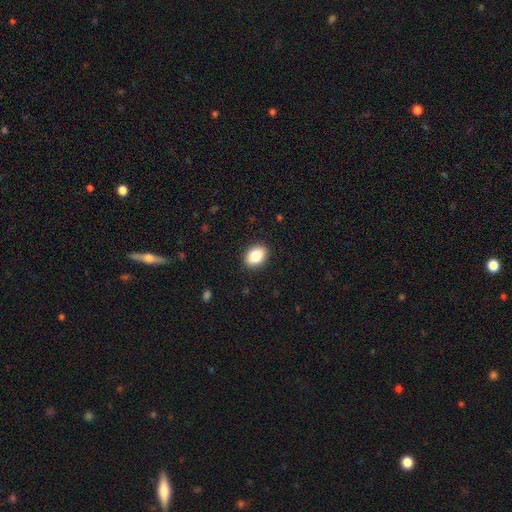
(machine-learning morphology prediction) smooth_or_featured: smooth (p=0.85) [alt: star or artifact p=0.08]
how_rounded: in between (p=0.75) [alt: round p=0.24]
merging: none (p=0.90) [alt: minor disturbance p=0.07]